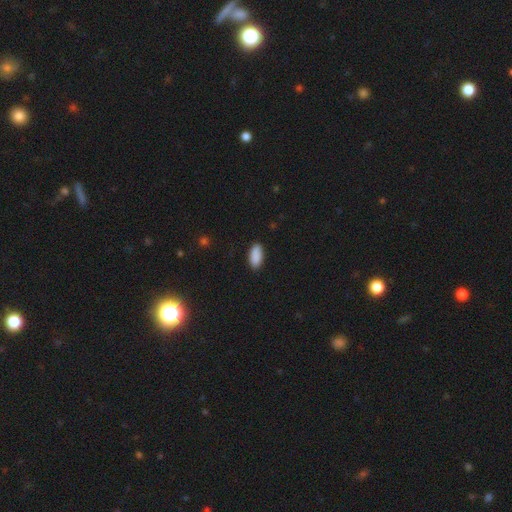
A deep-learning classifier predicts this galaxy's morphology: smooth 91%, star or artifact 7%, featured or disk 3%. Down the decision tree: how rounded — in between (90%); merging — none (89%).